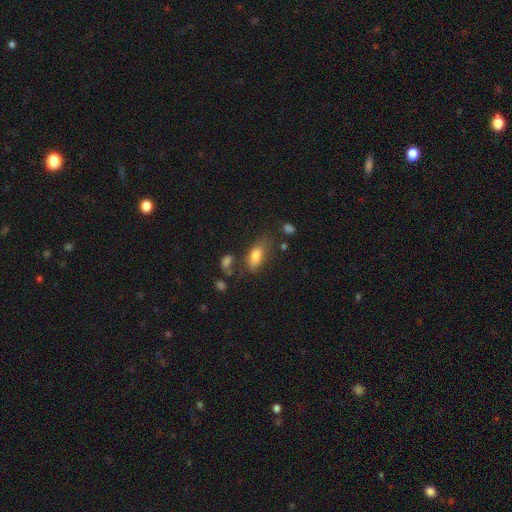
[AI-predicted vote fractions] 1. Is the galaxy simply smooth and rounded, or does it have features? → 80% smooth, 12% featured or disk, 8% star or artifact.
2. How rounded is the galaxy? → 86% in between, 9% cigar-shaped, 5% round.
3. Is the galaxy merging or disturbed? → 61% none, 22% minor disturbance, 10% major disturbance, 7% merger.